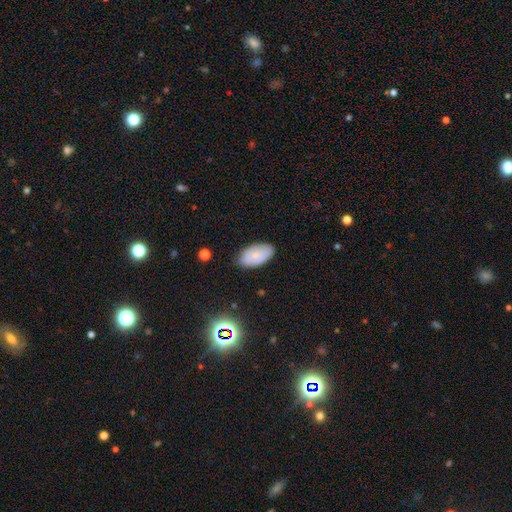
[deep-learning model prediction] This appears to be a smooth galaxy with no disk features (77%) that is in between round and cigar-shaped (95%). Merging: none (81%).